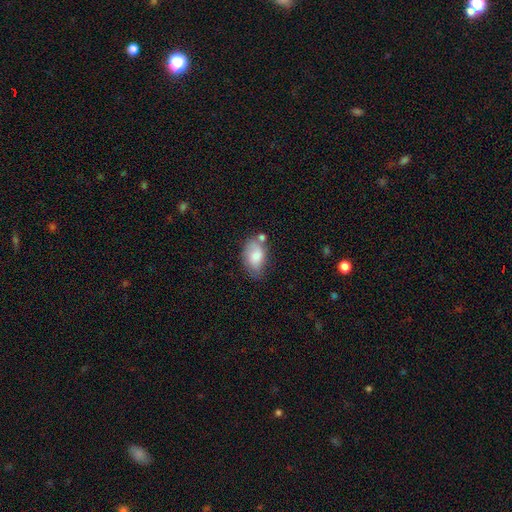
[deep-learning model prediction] Smooth or featured: smooth — 74% (featured or disk — 19%)
How rounded: in between — 90% (round — 8%)
Merging: none — 49% (minor disturbance — 29%)